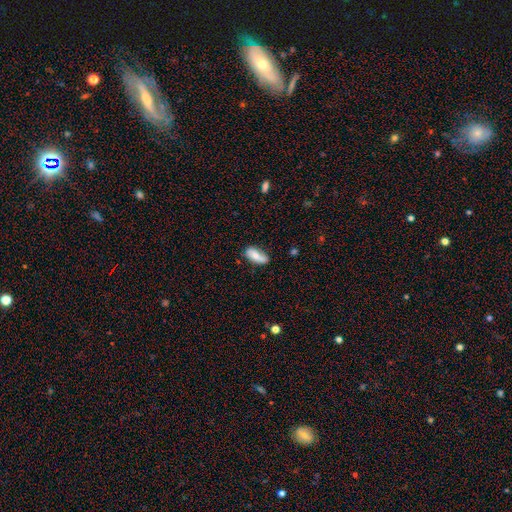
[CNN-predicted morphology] Smooth or featured? smooth (68%)
How rounded? in between (87%)
Merging? none (63%)